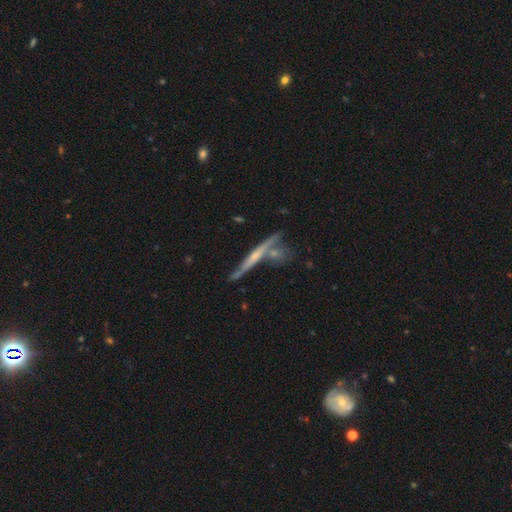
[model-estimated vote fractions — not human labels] Smooth or featured? Predicted: featured or disk (p=0.63). Edge-on disk? Predicted: yes (p=0.93). Edge-on bulge? Predicted: rounded (p=0.46). Merging? Predicted: none (p=0.66).